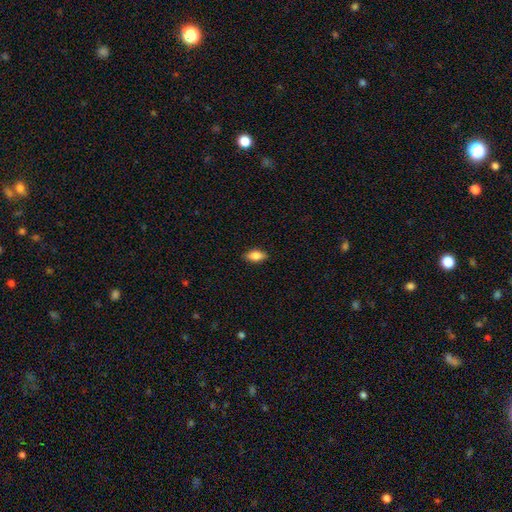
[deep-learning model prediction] A smooth galaxy with no disk features (79%) that is in between round and cigar-shaped (85%). Merging: none (88%).